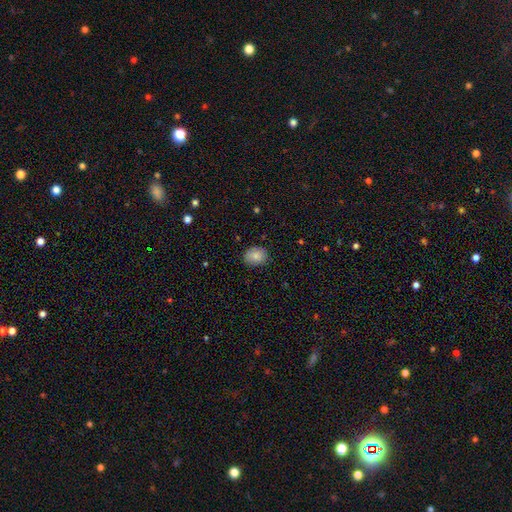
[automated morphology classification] type=smooth (84%); roundness=in between (51%); merging=none (81%).